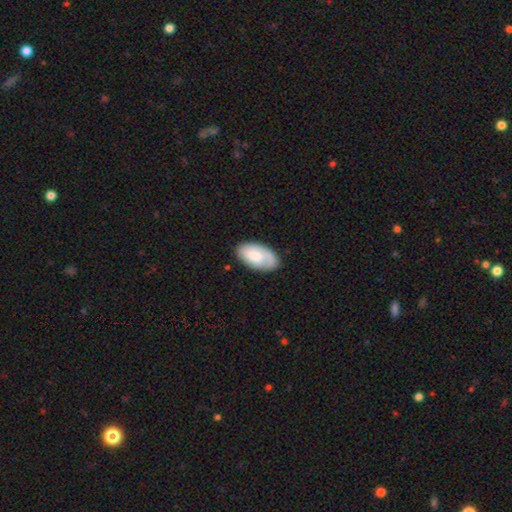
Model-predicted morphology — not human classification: This is likely a smooth galaxy (72%). How rounded: clearly in between (95%). Merging: likely none (77%).